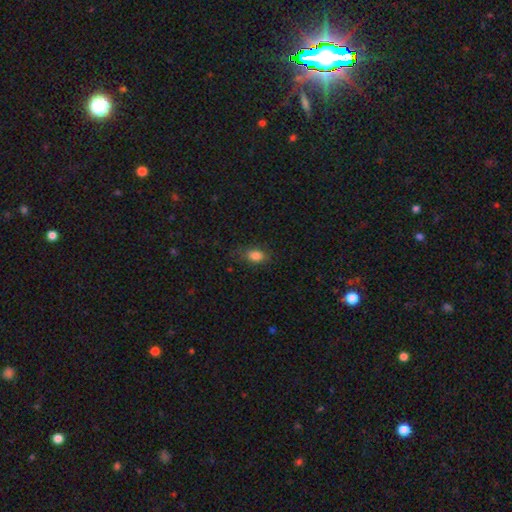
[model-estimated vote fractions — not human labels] This appears to be a smooth galaxy with no disk features (82%) that is in between round and cigar-shaped (82%). Merging: none (70%).